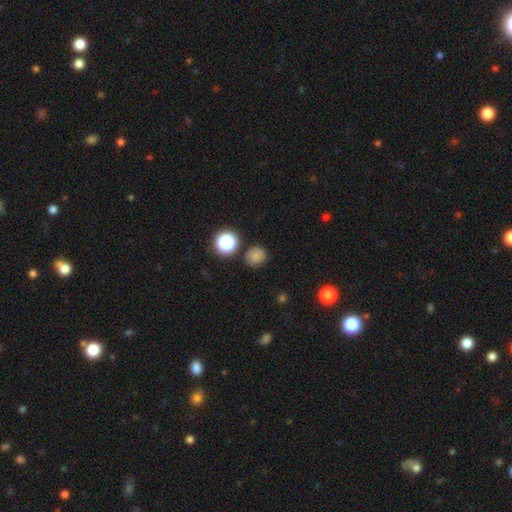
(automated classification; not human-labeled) Overall: smooth (78%). How rounded: round (86%). Merging: none (82%).